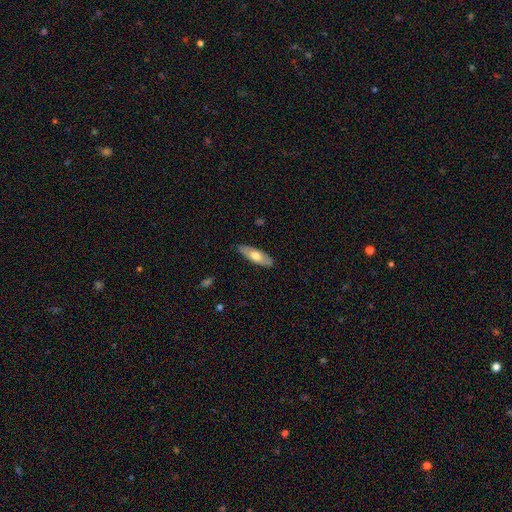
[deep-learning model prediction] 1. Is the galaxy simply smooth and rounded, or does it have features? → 62% smooth, 32% featured or disk, 6% star or artifact.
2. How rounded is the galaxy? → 60% in between, 38% cigar-shaped, 2% round.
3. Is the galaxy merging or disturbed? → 85% none, 12% minor disturbance, 2% major disturbance, 1% merger.